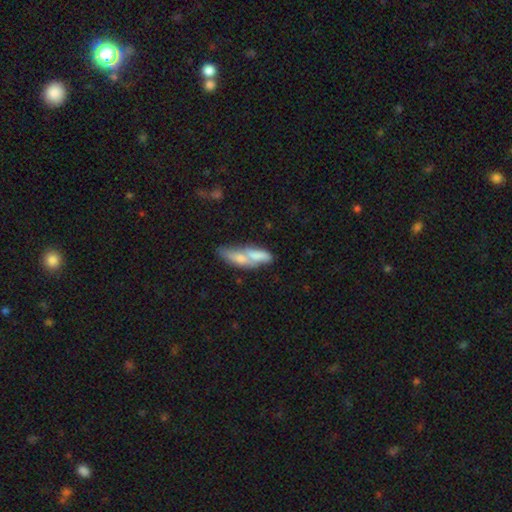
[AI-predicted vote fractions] A smooth galaxy with no disk features (68%) that is in between round and cigar-shaped (59%).

Vote fractions:
- Smooth or featured? smooth: 68% / featured or disk: 24% / star or artifact: 7%
- How rounded? in between: 59% / cigar-shaped: 38% / round: 4%
- Merging? merger: 64% / none: 21% / minor disturbance: 9% / major disturbance: 6%